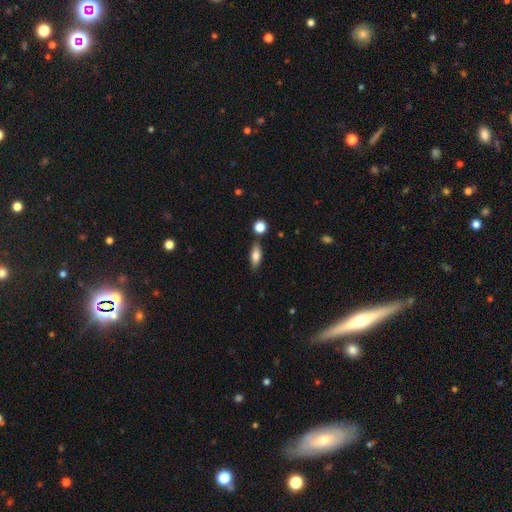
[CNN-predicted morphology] Overall: smooth (74%). How rounded: in between (73%). Merging: none (80%).